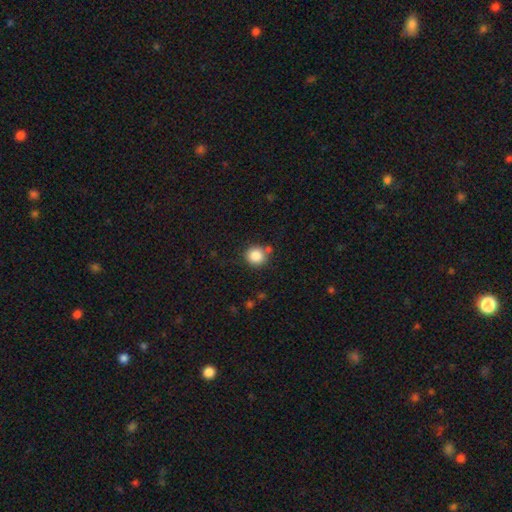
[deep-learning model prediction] The model was most divided on "merging": none: 78%, minor disturbance: 10%, merger: 8%, major disturbance: 3%. More confident: how rounded — round (92%); smooth or featured — smooth (85%).